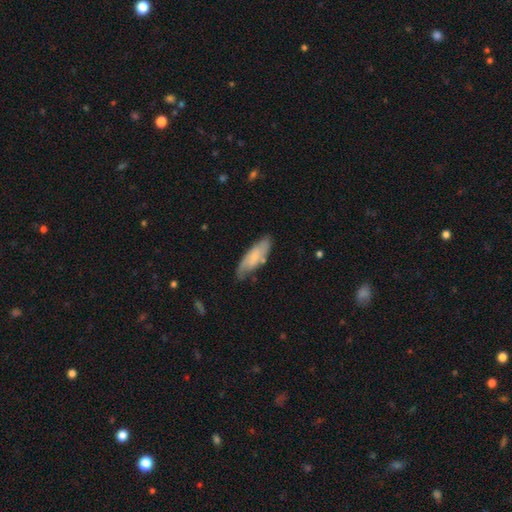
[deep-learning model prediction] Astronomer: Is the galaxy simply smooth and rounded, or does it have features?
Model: smooth — 66%.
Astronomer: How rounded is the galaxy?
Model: in between — 59% (runner-up: cigar-shaped, 39%).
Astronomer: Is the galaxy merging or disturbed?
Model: none — 66%.